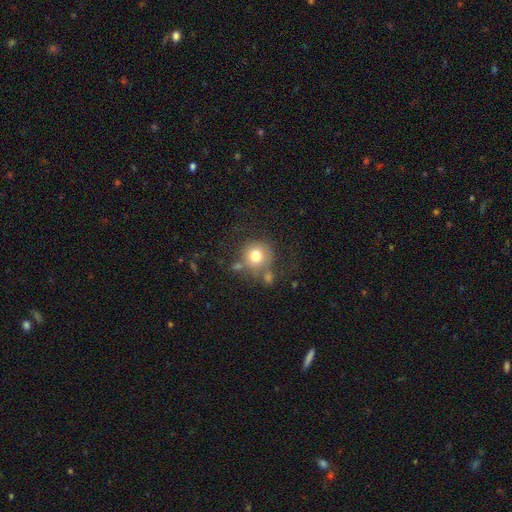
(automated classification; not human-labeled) smooth 75%, featured or disk 13%, star or artifact 12%. Down the decision tree: how rounded — round (91%); merging — none (62%).